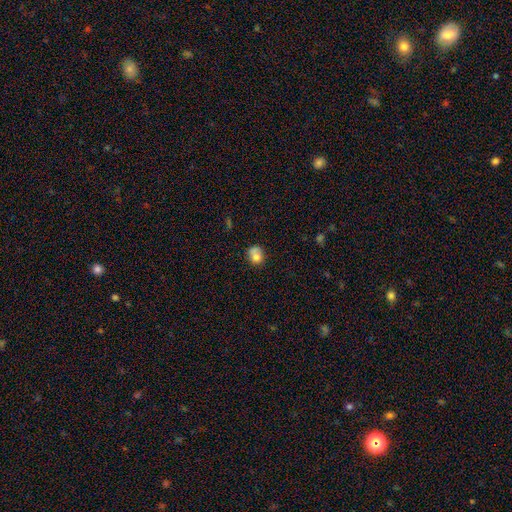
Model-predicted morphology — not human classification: smooth 75%, featured or disk 14%, star or artifact 10%. Down the decision tree: how rounded — round (64%); merging — none (43%).